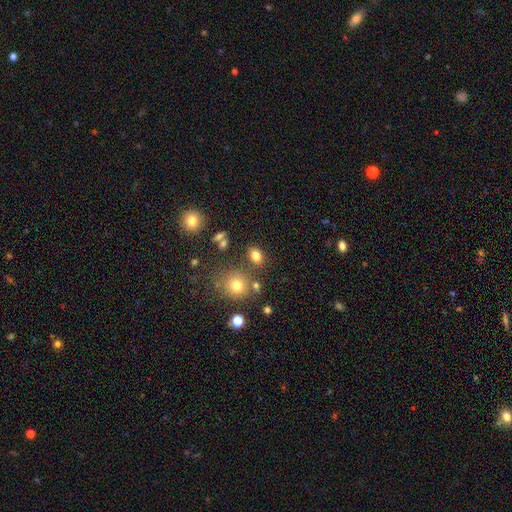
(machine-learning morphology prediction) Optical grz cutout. It shows a smooth galaxy with no disk features (78%) that is in between round and cigar-shaped (66%). Merging: none (76%).